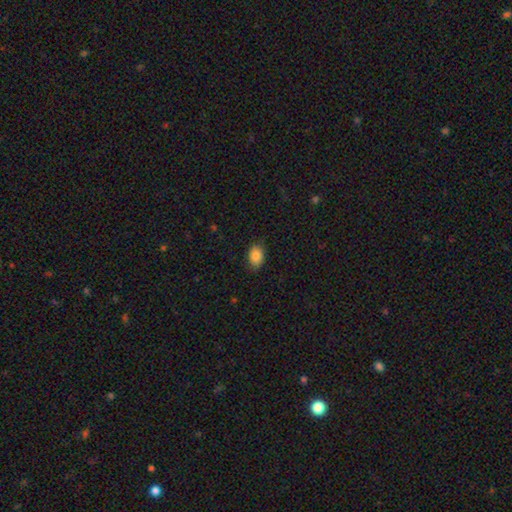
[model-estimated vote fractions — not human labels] A smooth galaxy with no disk features (86%) that is in between round and cigar-shaped (81%). Merging: none (82%).